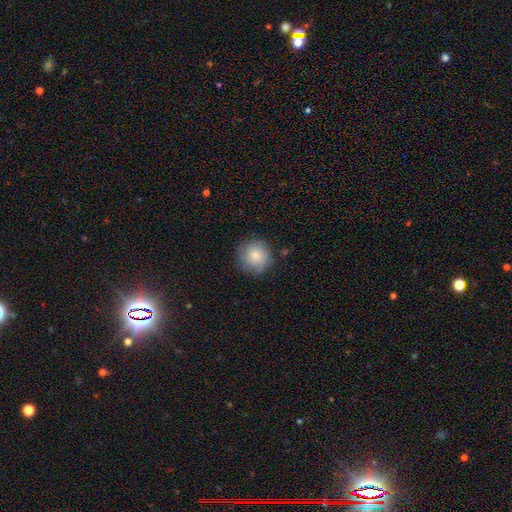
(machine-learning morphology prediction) Q: Smooth or featured?
A: smooth (83%); runner-up: featured or disk (9%)
Q: How rounded?
A: round (94%); runner-up: in between (5%)
Q: Merging?
A: none (82%); runner-up: minor disturbance (13%)